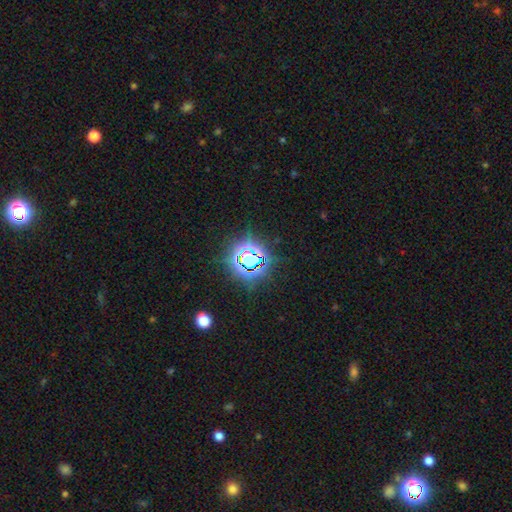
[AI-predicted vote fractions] smooth_or_featured: star or artifact (p=0.81) [alt: smooth p=0.12]